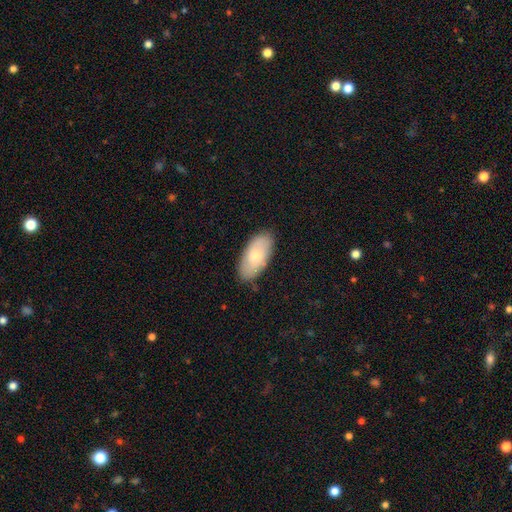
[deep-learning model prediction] Smooth or featured? smooth (71%)
How rounded? in between (93%)
Merging? none (84%)